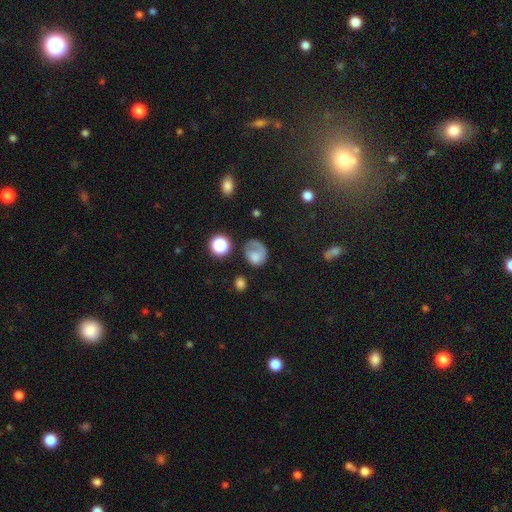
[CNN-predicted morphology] The model was most divided on "merging": none: 37%, major disturbance: 33%, minor disturbance: 25%, merger: 5%. More confident: smooth or featured — smooth (65%); how rounded — round (57%).